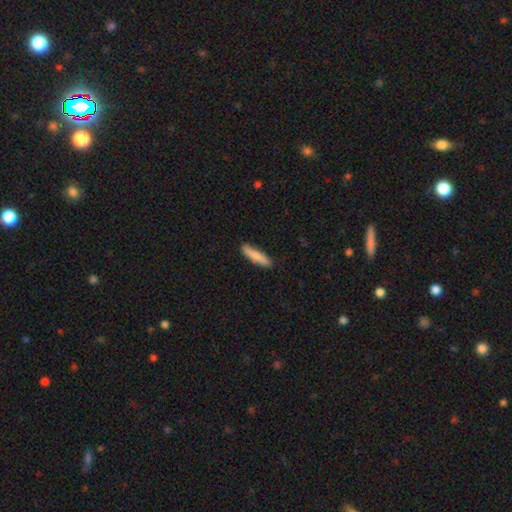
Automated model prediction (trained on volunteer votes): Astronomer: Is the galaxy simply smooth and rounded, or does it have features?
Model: smooth — 82%.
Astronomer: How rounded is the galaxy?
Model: cigar-shaped — 83%.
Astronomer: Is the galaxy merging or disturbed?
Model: none — 88%.